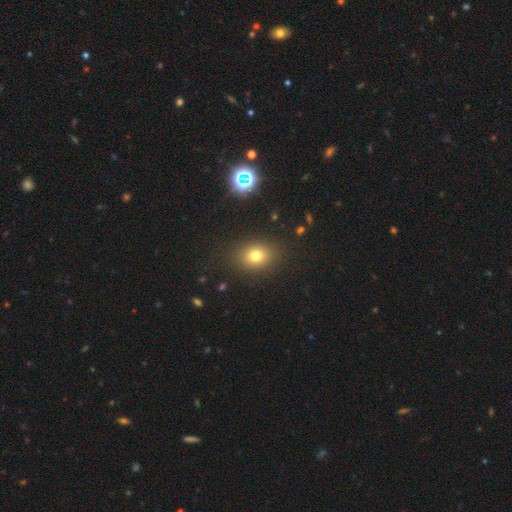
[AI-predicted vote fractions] This is likely a smooth galaxy (75%). How rounded: possibly round (49%, tied with in between). Merging: clearly none (86%).